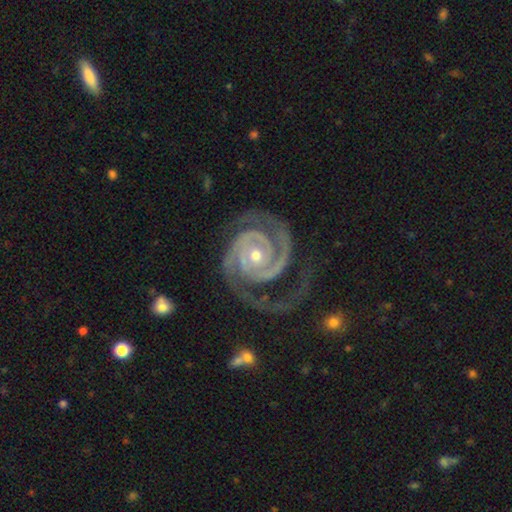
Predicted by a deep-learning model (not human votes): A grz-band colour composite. It shows a featured or disk galaxy (94%) with no bar (67%), 2 (84%) tight (74%) spiral arms (99%) and a moderate central bulge (53%). Merging: none (69%).